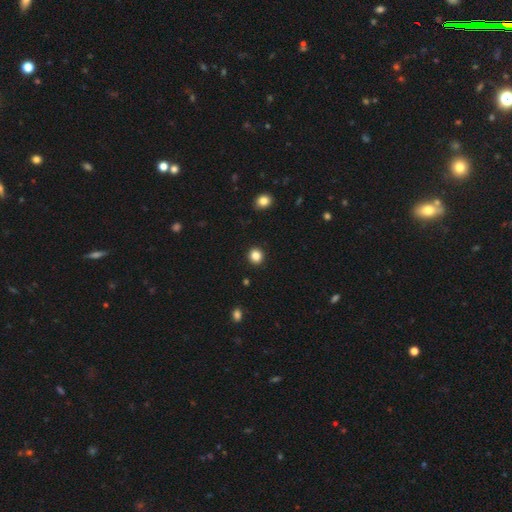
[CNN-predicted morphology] This is clearly a smooth galaxy (85%). How rounded: clearly round (88%). Merging: clearly none (92%).